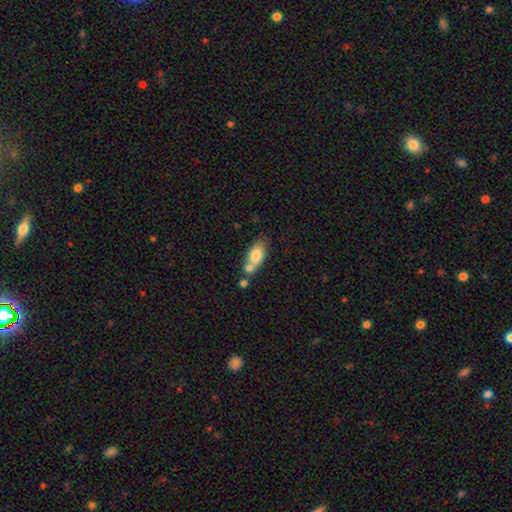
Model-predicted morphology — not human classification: type=smooth (75%); roundness=in between (83%); merging=none (45%).